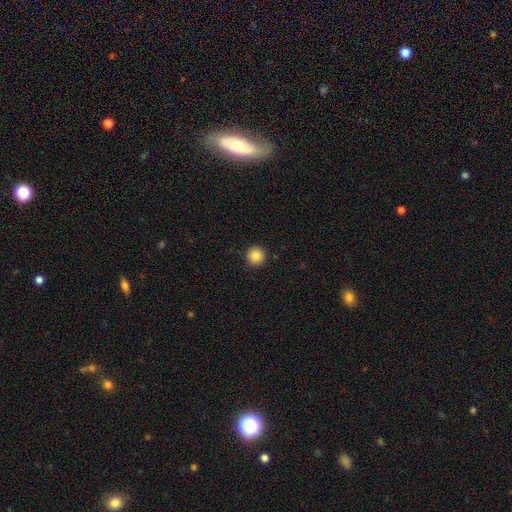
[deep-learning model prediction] smooth-or-featured: smooth: 87% | star or artifact: 10% | featured or disk: 4%
  how-rounded: round: 96% | in between: 3% | cigar-shaped: 1%
  merging: none: 93% | minor disturbance: 5% | major disturbance: 2% | merger: 1%